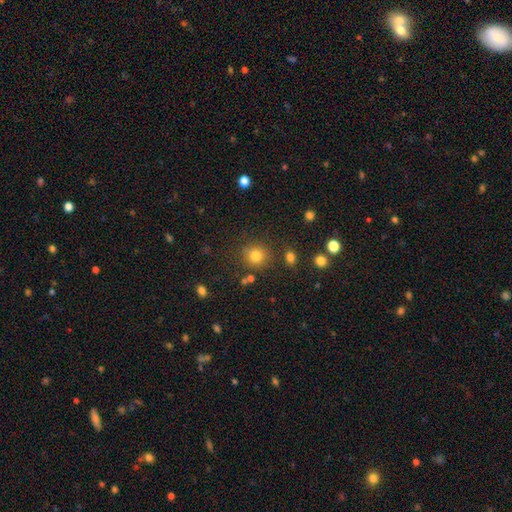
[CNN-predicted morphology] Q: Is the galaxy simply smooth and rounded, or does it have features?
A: smooth — 80%.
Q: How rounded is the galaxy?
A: round — 87%.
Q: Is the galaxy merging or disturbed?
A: none — 80%.